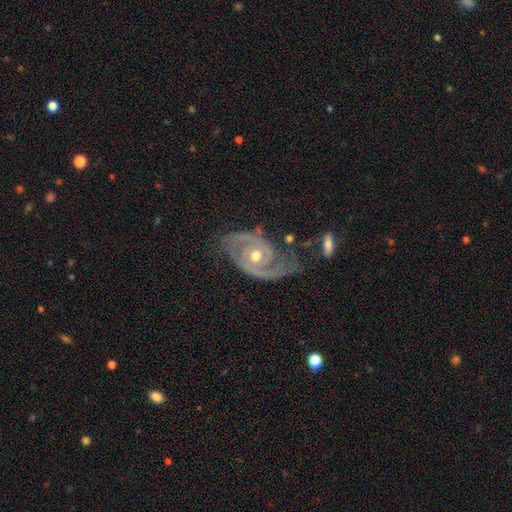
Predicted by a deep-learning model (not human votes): Smooth or featured? Predicted: featured or disk (p=0.91). Edge-on disk? Predicted: no (p=0.97). Bar? Predicted: no (p=0.74). Spiral arms? Predicted: yes (p=0.97). Spiral winding? Predicted: tight (p=0.53). Spiral arm count? Predicted: 2 (p=0.82). Bulge size? Predicted: moderate (p=0.73). Merging? Predicted: none (p=0.64).